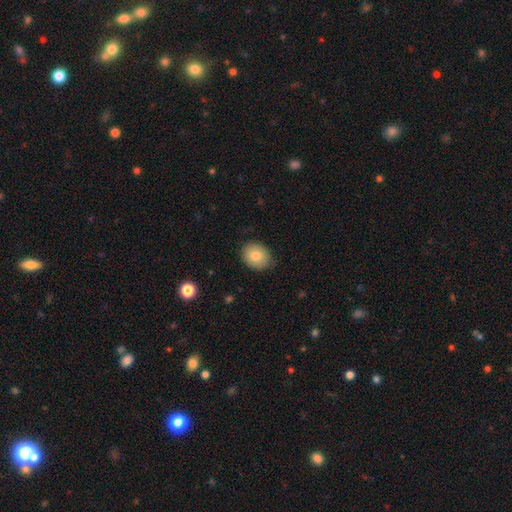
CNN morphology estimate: This is clearly a smooth galaxy (81%). How rounded: possibly round (54%). Merging: clearly none (82%).